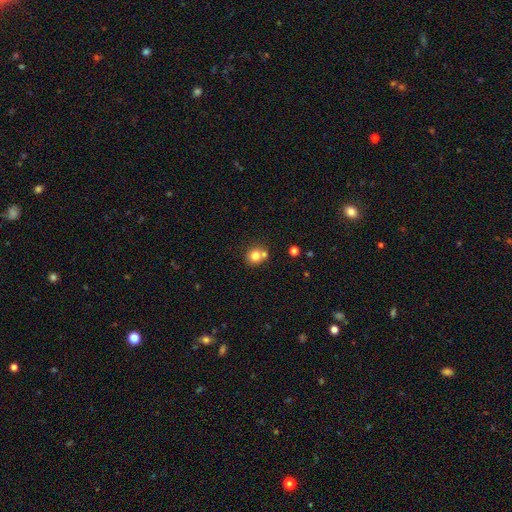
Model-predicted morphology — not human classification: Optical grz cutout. It shows a smooth galaxy with no disk features (77%) that is round (86%). Merging: none (57%).